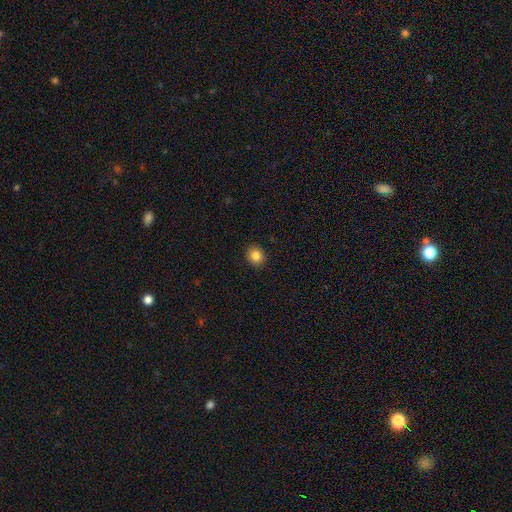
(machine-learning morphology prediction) The model was most divided on "how rounded": round: 82%, in between: 17%, cigar-shaped: 1%. More confident: merging — none (91%); smooth or featured — smooth (85%).